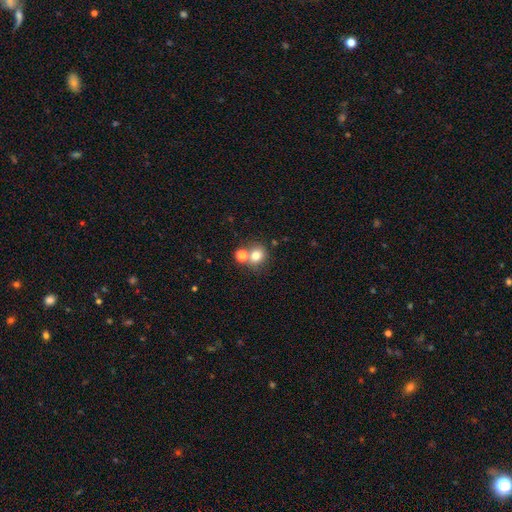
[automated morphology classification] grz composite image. It shows a smooth galaxy with no disk features (76%) that is round (78%). Merging: none (58%).